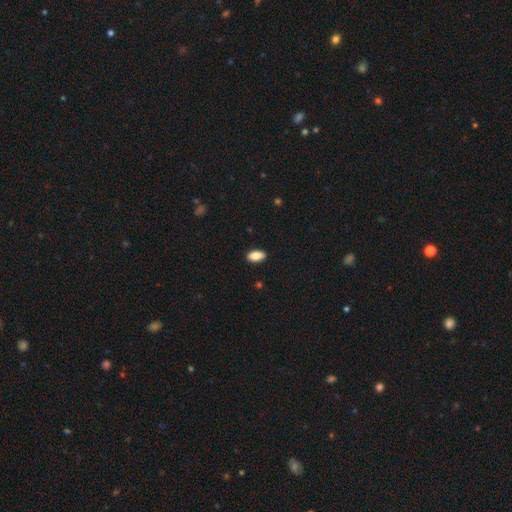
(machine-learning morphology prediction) This is clearly a smooth galaxy (82%). How rounded: clearly in between (92%). Merging: clearly none (90%).